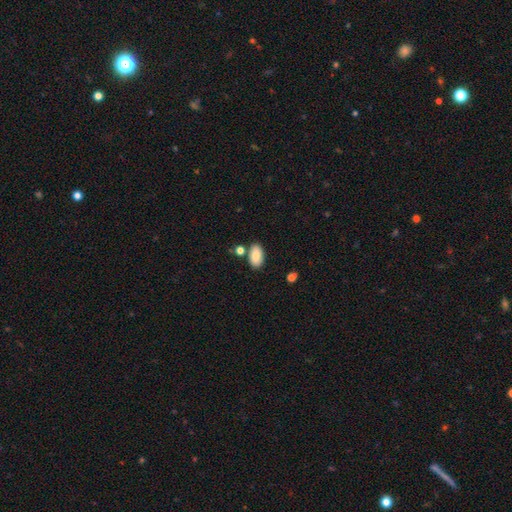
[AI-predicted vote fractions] This is clearly a smooth galaxy (86%). How rounded: clearly in between (94%). Merging: likely none (77%).